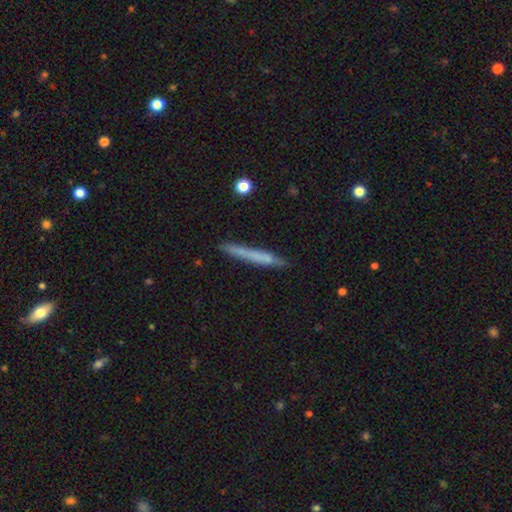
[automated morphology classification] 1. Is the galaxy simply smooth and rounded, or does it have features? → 60% smooth, 33% featured or disk, 7% star or artifact.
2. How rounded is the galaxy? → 96% cigar-shaped, 2% in between, 1% round.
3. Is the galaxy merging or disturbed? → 85% none, 12% minor disturbance, 2% major disturbance, 2% merger.